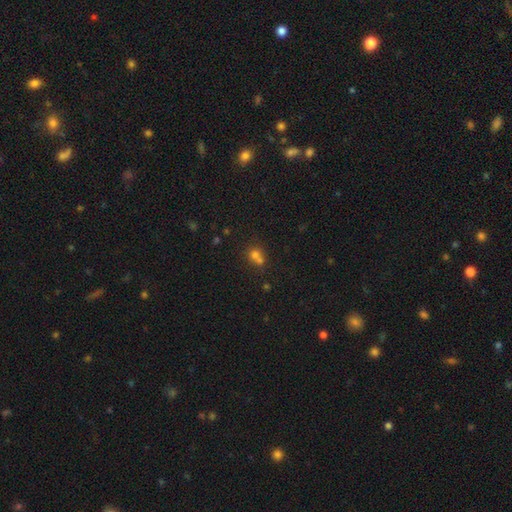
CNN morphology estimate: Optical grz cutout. It shows a smooth galaxy with no disk features (66%) that is round (78%). Merging: merger (53%).